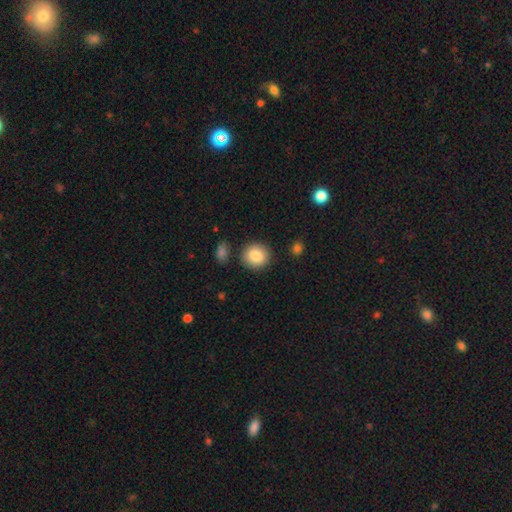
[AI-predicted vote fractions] Smooth or featured?
  - smooth: 86% *
  - star or artifact: 8%
  - featured or disk: 6%
How rounded?
  - round: 86% *
  - in between: 13%
  - cigar-shaped: 1%
Merging?
  - none: 85% *
  - minor disturbance: 9%
  - merger: 4%
  - major disturbance: 3%